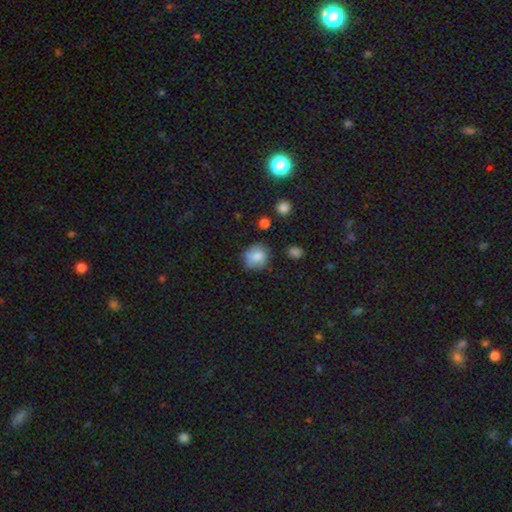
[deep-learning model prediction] This appears to be a smooth galaxy with no disk features (78%) that is round (81%). Merging: none (73%).